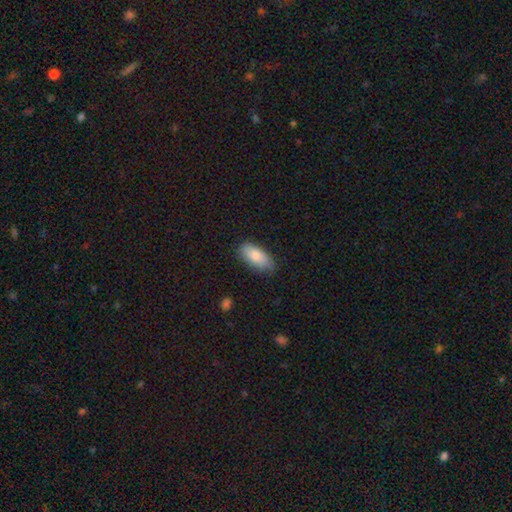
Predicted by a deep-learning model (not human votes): Smooth or featured? Predicted: smooth (p=0.84). How rounded? Predicted: in between (p=0.89). Merging? Predicted: none (p=0.76).